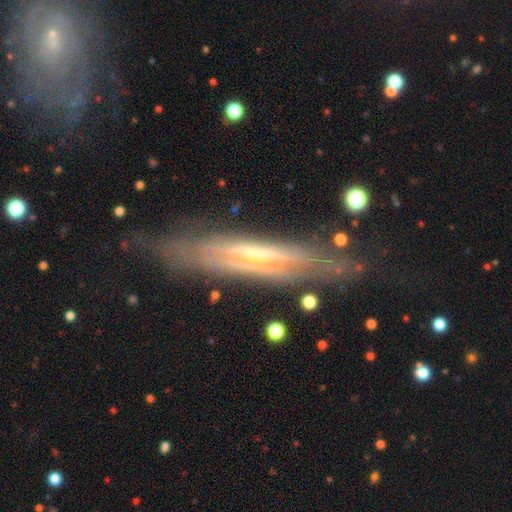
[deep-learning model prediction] Smooth or featured? Predicted: featured or disk (p=0.77). Edge-on disk? Predicted: yes (p=0.89). Edge-on bulge? Predicted: none (p=0.44). Merging? Predicted: none (p=0.72).